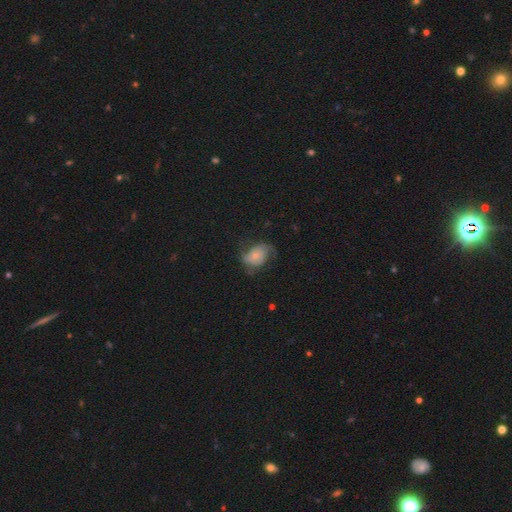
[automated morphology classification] Smooth or featured: featured or disk — 49% (smooth — 43%)
Merging: none — 47% (minor disturbance — 28%)